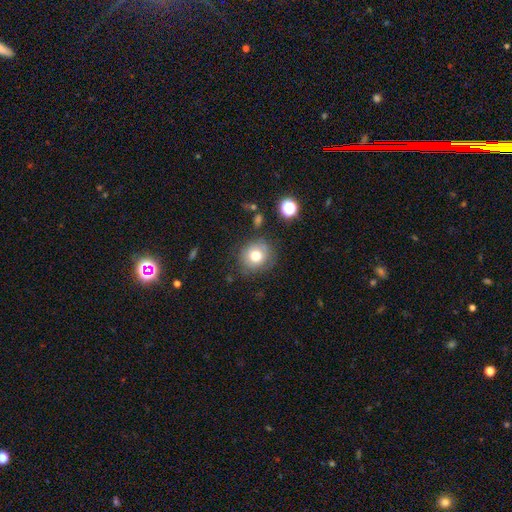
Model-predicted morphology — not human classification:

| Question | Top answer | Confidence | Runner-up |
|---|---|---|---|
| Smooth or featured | smooth | 74% | featured or disk (15%) |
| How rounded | round | 86% | in between (13%) |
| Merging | none | 76% | minor disturbance (15%) |